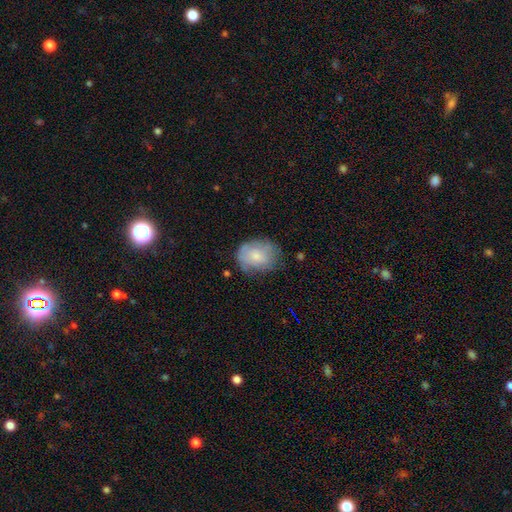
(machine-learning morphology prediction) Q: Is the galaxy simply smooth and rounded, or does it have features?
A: smooth — 71%.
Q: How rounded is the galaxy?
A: in between — 54%.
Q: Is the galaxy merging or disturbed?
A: none — 61%.